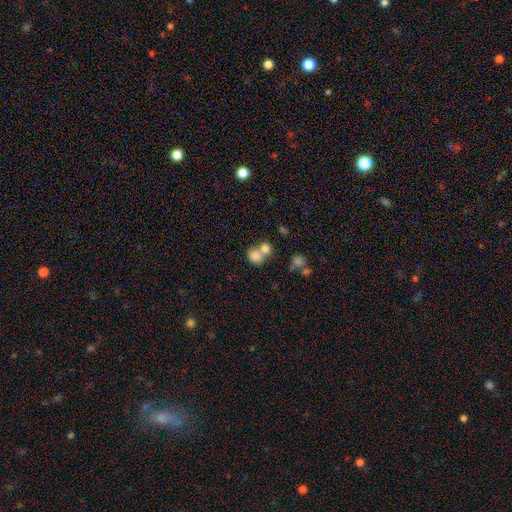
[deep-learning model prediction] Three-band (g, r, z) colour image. It shows a smooth galaxy with no disk features (78%) that is round (75%). Merging: merger (56%).